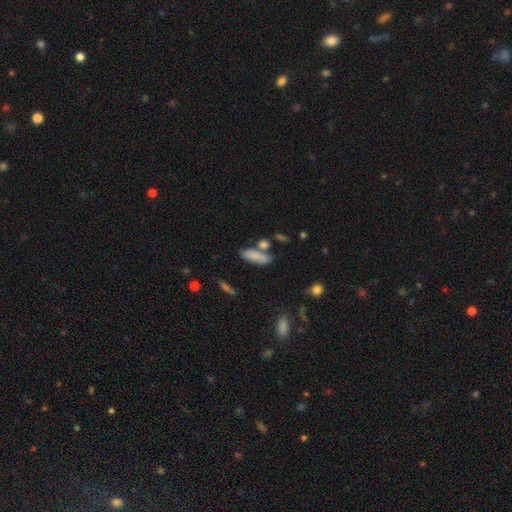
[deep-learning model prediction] smooth-or-featured: smooth: 78% | featured or disk: 14% | star or artifact: 8%
  how-rounded: in between: 63% | cigar-shaped: 33% | round: 3%
  merging: none: 62% | merger: 18% | minor disturbance: 16% | major disturbance: 5%